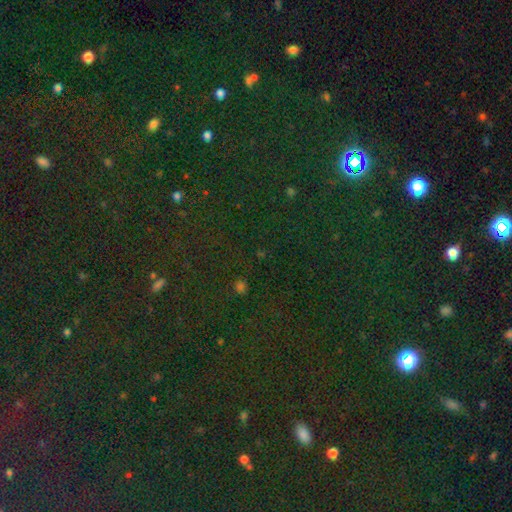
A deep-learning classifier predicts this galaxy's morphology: A star or artifact, not a galaxy (74%).